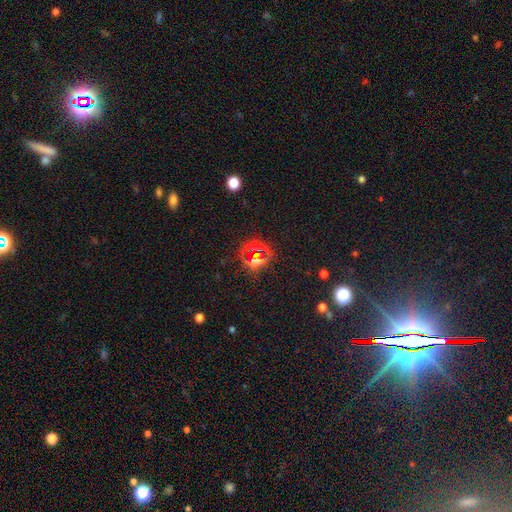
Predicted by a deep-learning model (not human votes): This is likely a star or artifact rather than a galaxy (73%).